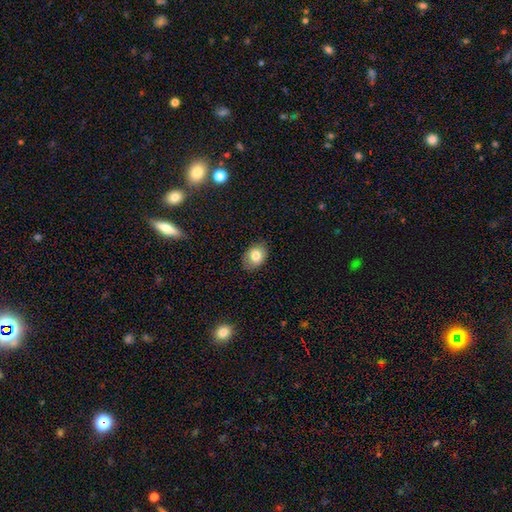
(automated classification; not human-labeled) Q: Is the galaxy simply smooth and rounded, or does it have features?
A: smooth — 80%.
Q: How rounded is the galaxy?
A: in between — 71%.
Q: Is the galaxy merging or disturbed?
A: none — 82%.